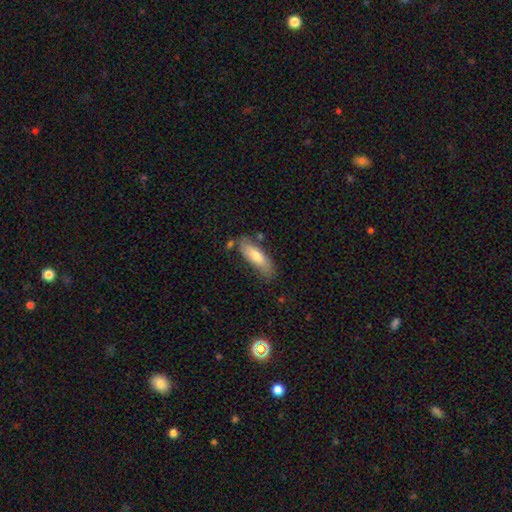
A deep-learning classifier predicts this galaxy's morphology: smooth_or_featured: smooth (p=0.72) [alt: featured or disk p=0.22]
how_rounded: in between (p=0.55) [alt: cigar-shaped p=0.44]
merging: none (p=0.69) [alt: minor disturbance p=0.21]